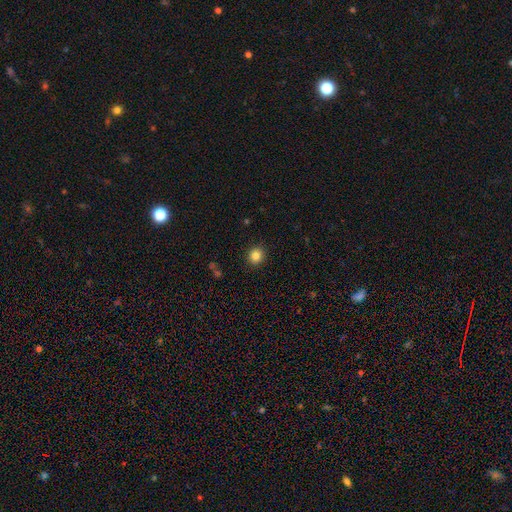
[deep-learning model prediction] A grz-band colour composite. It shows a smooth galaxy with no disk features (84%) that is round (87%). Merging: none (92%).